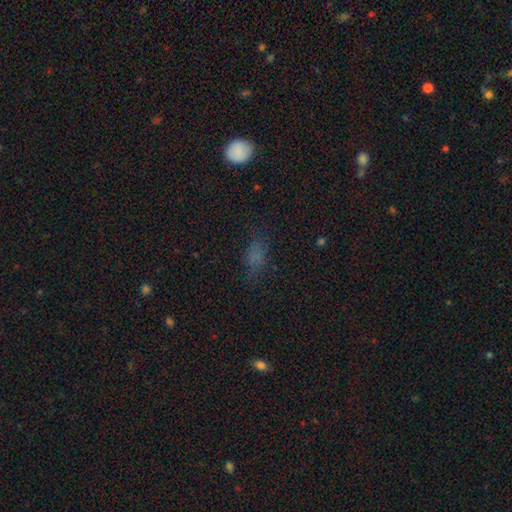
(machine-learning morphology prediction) Q: Smooth or featured?
A: smooth (64%); runner-up: star or artifact (21%)
Q: How rounded?
A: in between (76%); runner-up: cigar-shaped (14%)
Q: Merging?
A: none (63%); runner-up: minor disturbance (22%)